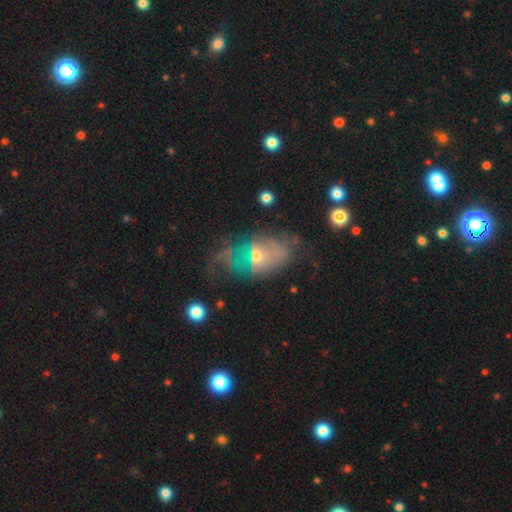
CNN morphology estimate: smooth_or_featured: featured or disk (p=0.54) [alt: smooth p=0.31]
disk_edge_on: no (p=0.91) [alt: yes p=0.09]
merging: none (p=0.36) [alt: major disturbance p=0.35]